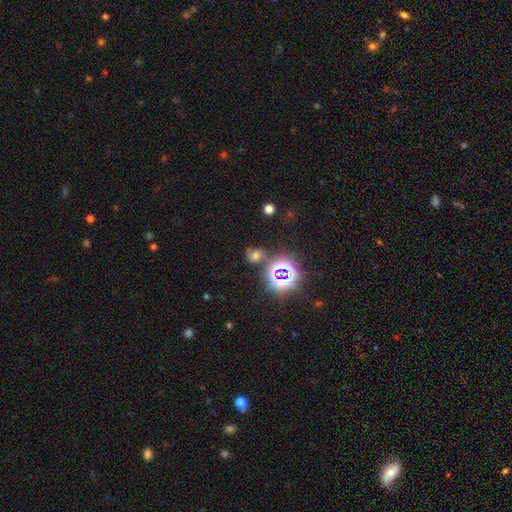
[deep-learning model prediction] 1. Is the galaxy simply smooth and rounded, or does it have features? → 41% smooth, 39% star or artifact, 20% featured or disk.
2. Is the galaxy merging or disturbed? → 60% none, 19% minor disturbance, 11% merger, 11% major disturbance.